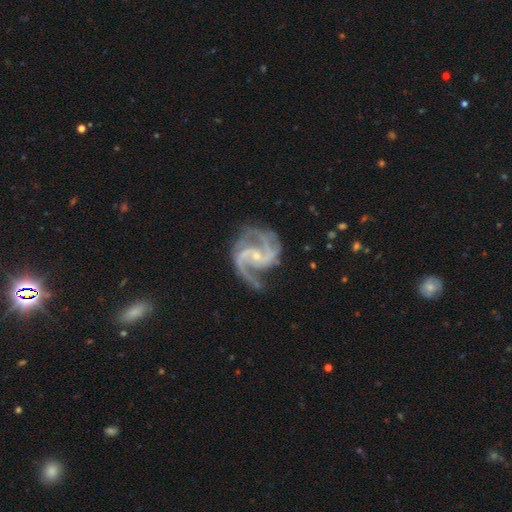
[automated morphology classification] A featured or disk galaxy (93%) with no bar (47%), 2 (57%) medium (62%) spiral arms (99%) and a small central bulge (78%).

Vote fractions:
- Smooth or featured? featured or disk: 93% / star or artifact: 5% / smooth: 2%
- Edge-on disk? no: 98% / yes: 2%
- Bar? no: 47% / weak: 36% / strong: 17%
- Spiral arms? yes: 99% / no: 1%
- Spiral winding? medium: 62% / tight: 21% / loose: 17%
- Spiral arm count? 2: 57% / 3: 27% / can't tell: 4% / 4: 4% / 1: 3% / more than 4: 3%
- Bulge size? small: 78% / moderate: 17% / none: 3% / large: 1% / dominant: 1%
- Merging? none: 67% / minor disturbance: 20% / major disturbance: 11% / merger: 2%